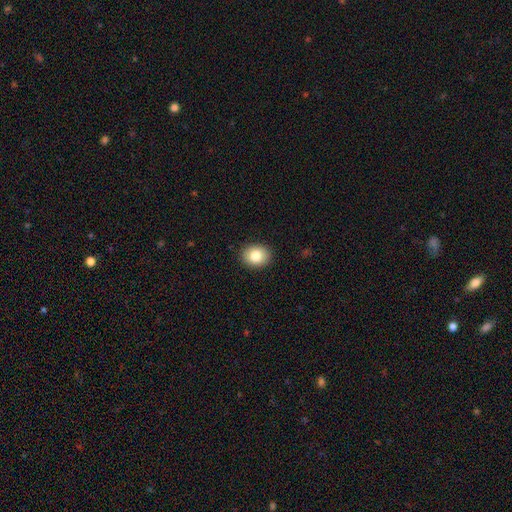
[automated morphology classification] Q: Smooth or featured?
A: smooth (82%); runner-up: star or artifact (9%)
Q: How rounded?
A: round (55%); runner-up: in between (44%)
Q: Merging?
A: none (91%); runner-up: minor disturbance (7%)